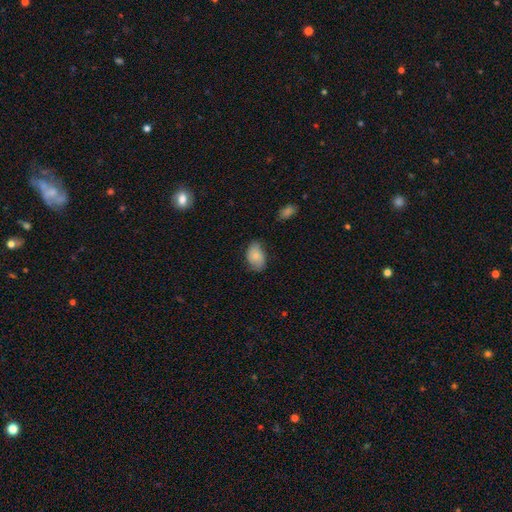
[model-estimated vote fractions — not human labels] This appears to be a smooth galaxy with no disk features (74%) that is in between round and cigar-shaped (88%). Merging: none (64%).